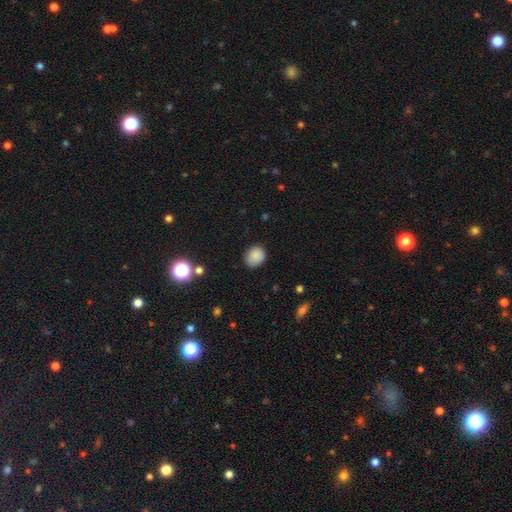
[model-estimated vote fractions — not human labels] Smooth or featured?
  - smooth: 85% *
  - star or artifact: 10%
  - featured or disk: 5%
How rounded?
  - round: 61% *
  - in between: 39%
  - cigar-shaped: 1%
Merging?
  - none: 81% *
  - minor disturbance: 14%
  - major disturbance: 3%
  - merger: 1%